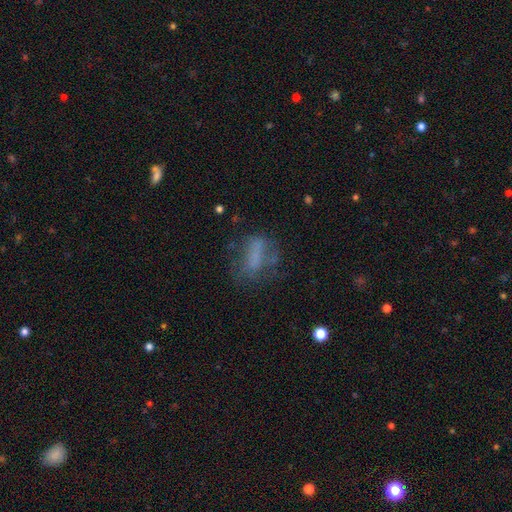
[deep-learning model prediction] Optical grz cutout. It shows a smooth galaxy with no disk features (49%). Merging: none (43%).